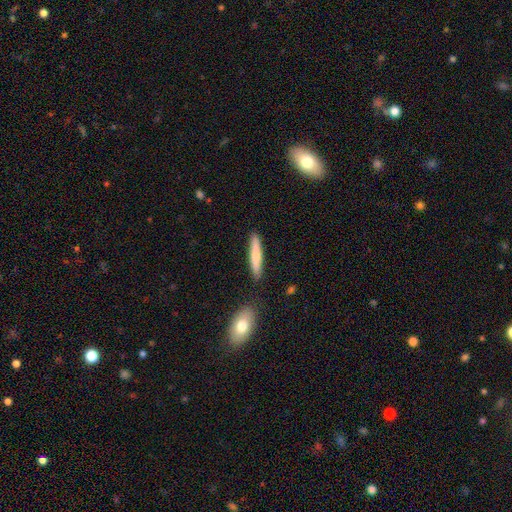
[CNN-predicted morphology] Smooth or featured? smooth (73%)
How rounded? cigar-shaped (91%)
Merging? none (85%)